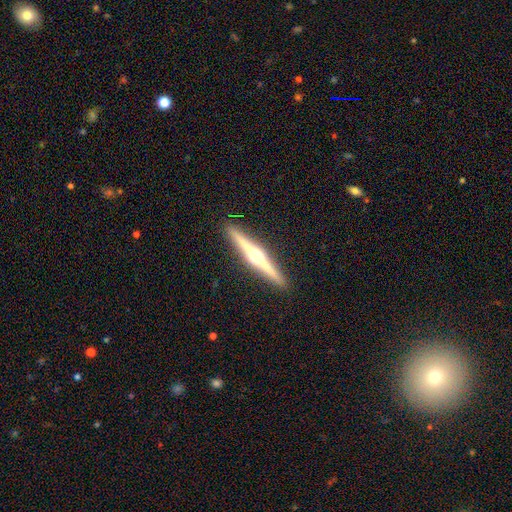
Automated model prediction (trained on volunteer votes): Morphology: type=featured or disk (83%); edge-on=yes (99%); edge-on bulge=rounded (95%); merging=none (93%).